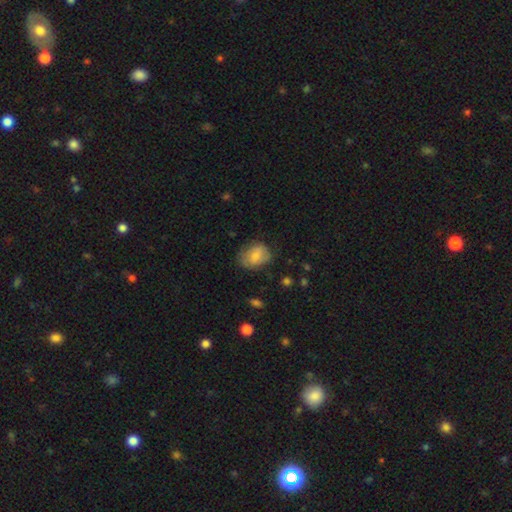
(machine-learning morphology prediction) smooth_or_featured: smooth (p=0.72) [alt: featured or disk p=0.21]
how_rounded: in between (p=0.69) [alt: round p=0.29]
merging: none (p=0.63) [alt: minor disturbance p=0.27]